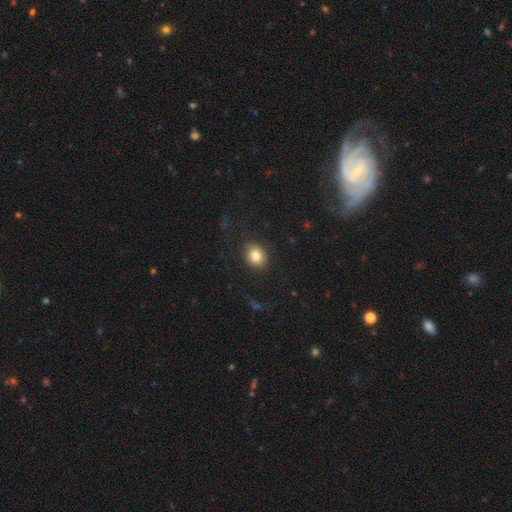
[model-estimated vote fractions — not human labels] Smooth or featured? Predicted: smooth (p=0.82). How rounded? Predicted: round (p=0.54). Merging? Predicted: none (p=0.86).